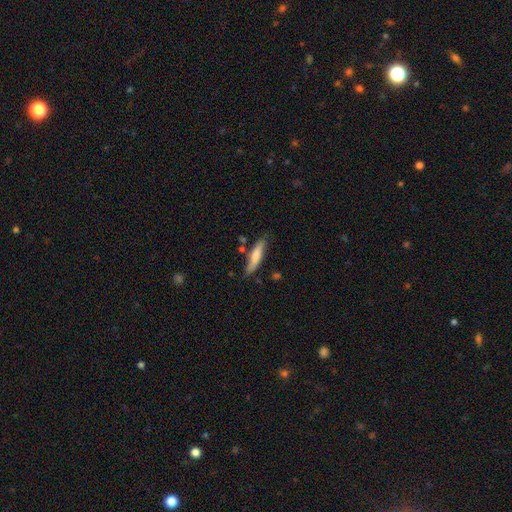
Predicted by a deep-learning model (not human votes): Smooth or featured: smooth — 73% (featured or disk — 21%)
How rounded: cigar-shaped — 78% (in between — 20%)
Merging: none — 73% (minor disturbance — 18%)